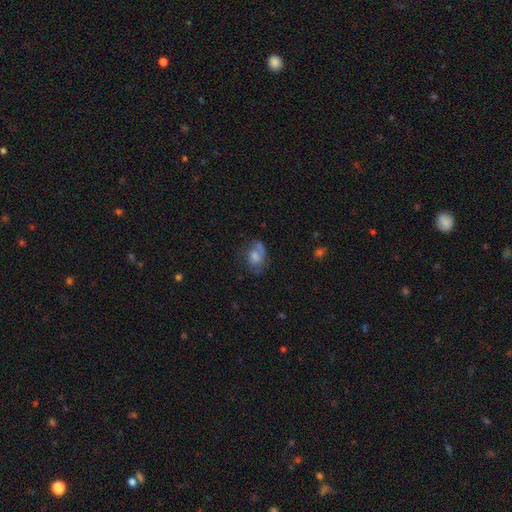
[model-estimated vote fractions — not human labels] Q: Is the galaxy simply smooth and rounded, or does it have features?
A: smooth — 54%.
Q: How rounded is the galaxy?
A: in between — 71%.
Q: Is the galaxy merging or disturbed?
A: none — 45%.